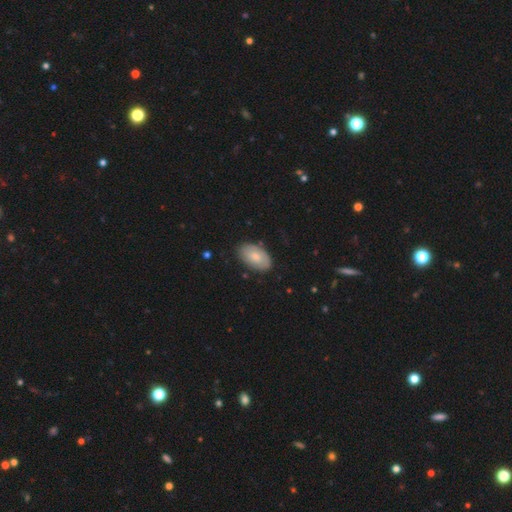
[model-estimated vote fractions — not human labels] smooth-or-featured: smooth: 75% | featured or disk: 19% | star or artifact: 6%
  how-rounded: in between: 94% | round: 4% | cigar-shaped: 1%
  merging: none: 81% | minor disturbance: 14% | major disturbance: 3% | merger: 1%